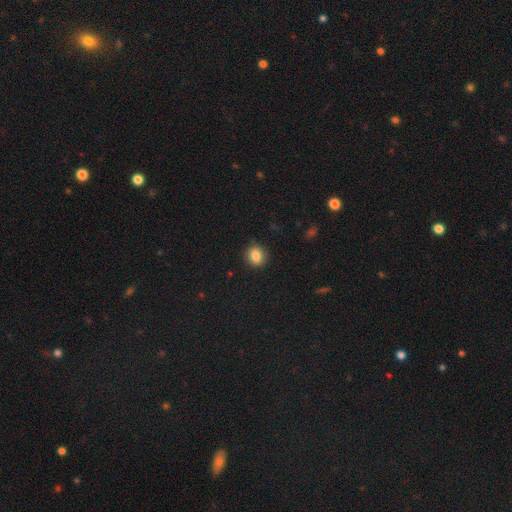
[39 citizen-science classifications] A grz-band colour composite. It shows a smooth galaxy with no disk features (87%) that is round (59%). Merging: none (76%).